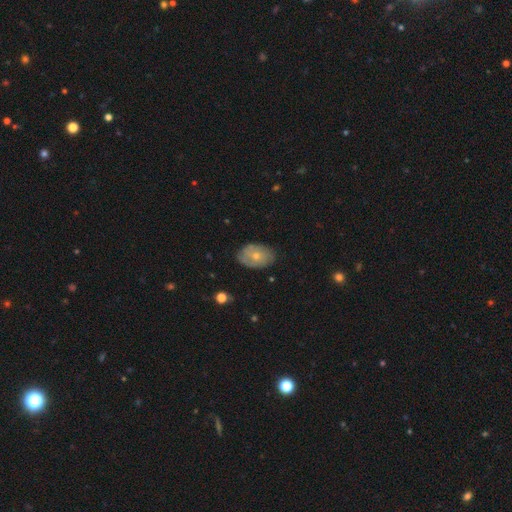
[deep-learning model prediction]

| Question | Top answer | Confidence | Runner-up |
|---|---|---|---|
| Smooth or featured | smooth | 48% | featured or disk (46%) |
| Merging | none | 76% | minor disturbance (18%) |